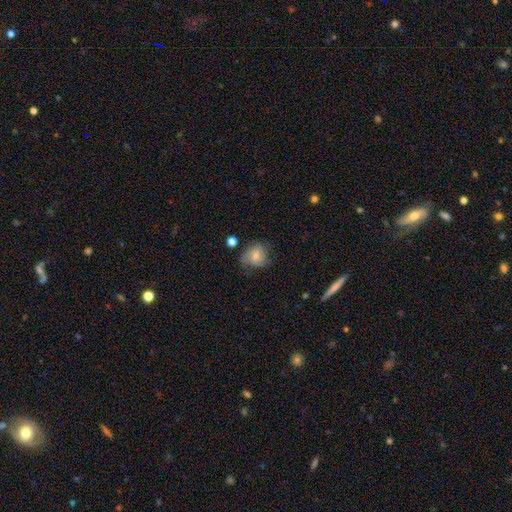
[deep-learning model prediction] Overall: smooth (54%; featured or disk 37%). How rounded: round (63%; in between 36%). Merging: none (57%; minor disturbance 28%).